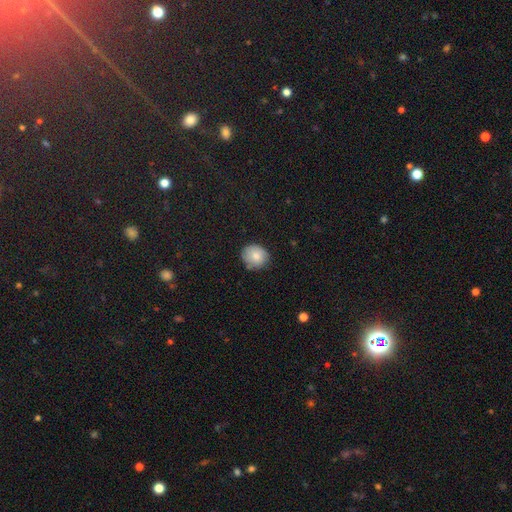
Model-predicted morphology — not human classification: Smooth or featured: smooth — 79% (featured or disk — 12%)
How rounded: round — 78% (in between — 21%)
Merging: none — 75% (minor disturbance — 20%)